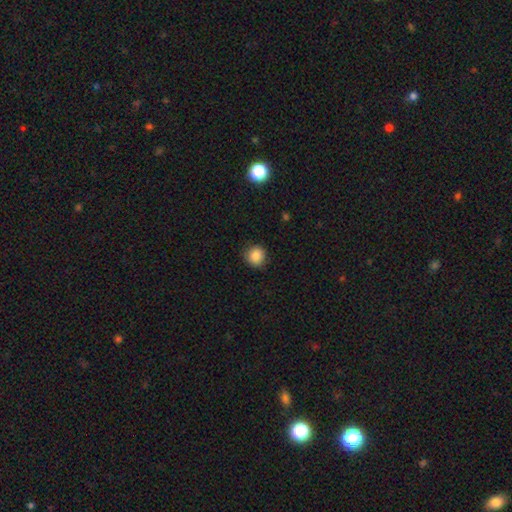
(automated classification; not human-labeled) Smooth or featured: smooth — 86% (star or artifact — 10%)
How rounded: round — 91% (in between — 8%)
Merging: none — 86% (minor disturbance — 10%)